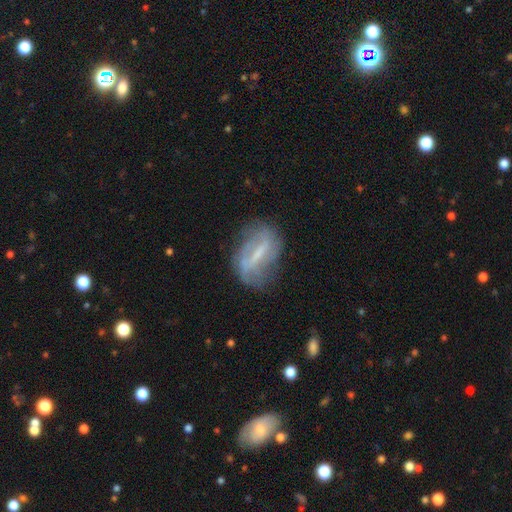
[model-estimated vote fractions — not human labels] The model was most divided on "bulge size": small: 39%, none: 33%, moderate: 24%, large: 3%, dominant: 1%. More confident: edge-on disk — no (90%); smooth or featured — featured or disk (68%); bar — strong (62%); merging — none (59%); spiral arms — yes (56%).